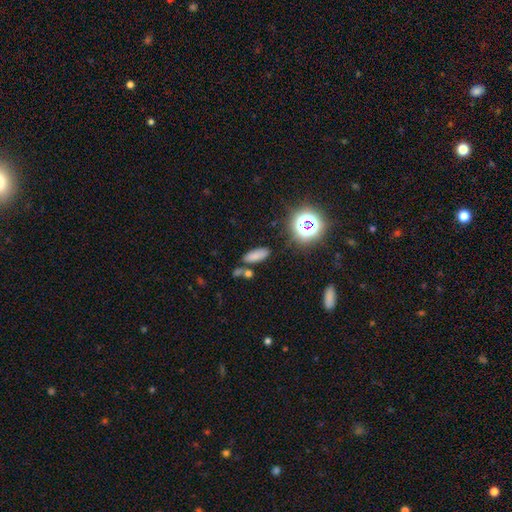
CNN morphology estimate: A smooth galaxy with no disk features (75%) that is in between round and cigar-shaped (70%). Merging: none (75%).